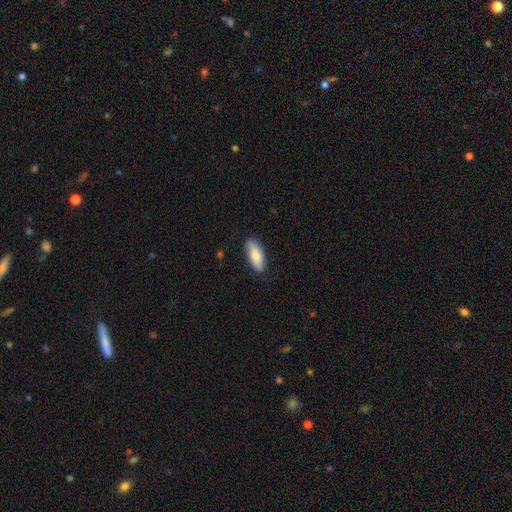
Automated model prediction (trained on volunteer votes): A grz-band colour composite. It shows a smooth galaxy with no disk features (76%) that is in between round and cigar-shaped (77%). Merging: none (82%).